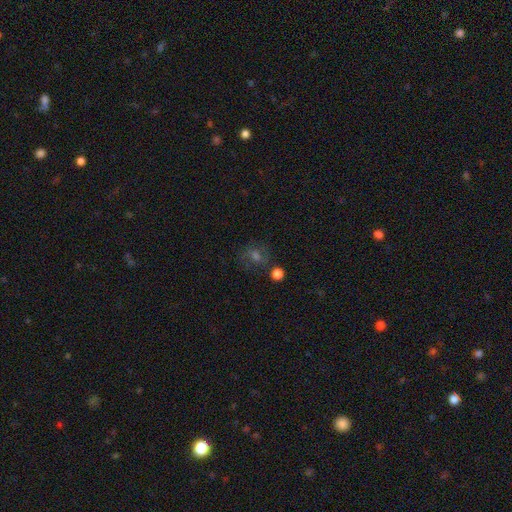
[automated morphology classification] The model was most divided on "smooth or featured": smooth: 36%, featured or disk: 34%, star or artifact: 30%. More confident: merging — none (68%).